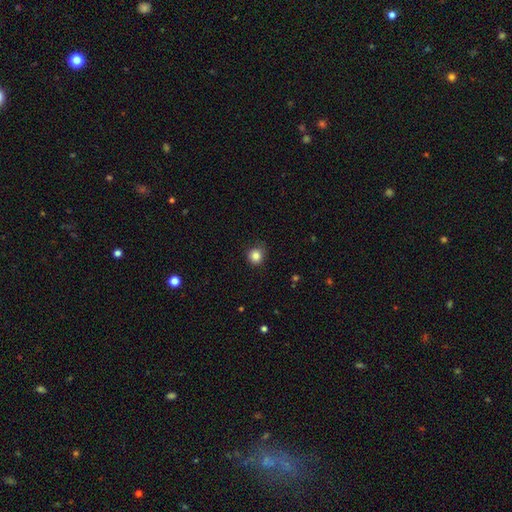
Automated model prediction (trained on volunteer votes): Overall: smooth (84%). How rounded: round (91%). Merging: none (82%).